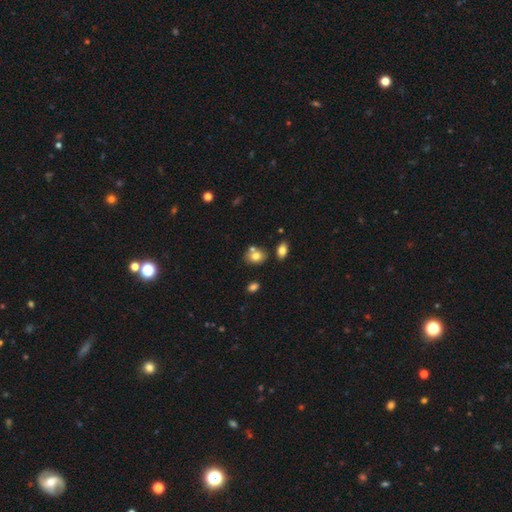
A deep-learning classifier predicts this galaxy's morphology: This appears to be a smooth galaxy with no disk features (76%) that is round (51%). Merging: none (61%).